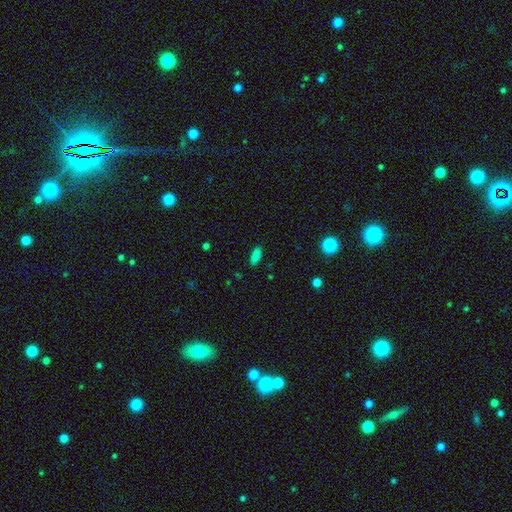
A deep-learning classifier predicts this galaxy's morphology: Smooth or featured?
  - smooth: 84% *
  - star or artifact: 11%
  - featured or disk: 5%
How rounded?
  - in between: 78% *
  - cigar-shaped: 20%
  - round: 3%
Merging?
  - none: 87% *
  - minor disturbance: 9%
  - major disturbance: 2%
  - merger: 1%